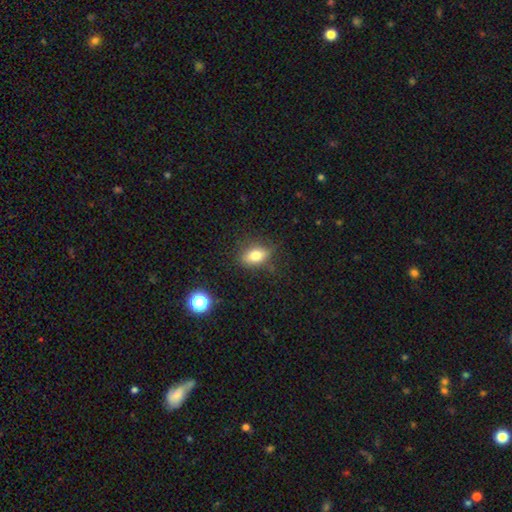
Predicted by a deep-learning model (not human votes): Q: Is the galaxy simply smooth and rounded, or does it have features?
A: smooth — 76%.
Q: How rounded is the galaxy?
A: in between — 79%.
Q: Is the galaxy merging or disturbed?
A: none — 78%.